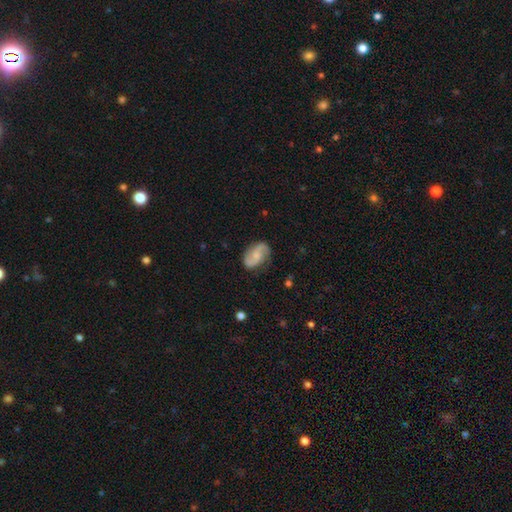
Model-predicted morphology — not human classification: This appears to be a featured or disk galaxy (67%) with no bar (52%), 2 (90%) loose (50%) spiral arms (94%) and a small central bulge (43%). Merging: none (78%).